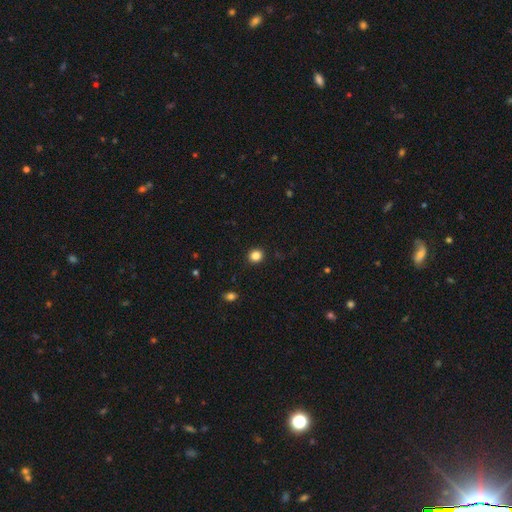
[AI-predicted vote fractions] The model was most divided on "how rounded": round: 83%, in between: 16%, cigar-shaped: 1%. More confident: merging — none (92%); smooth or featured — smooth (85%).